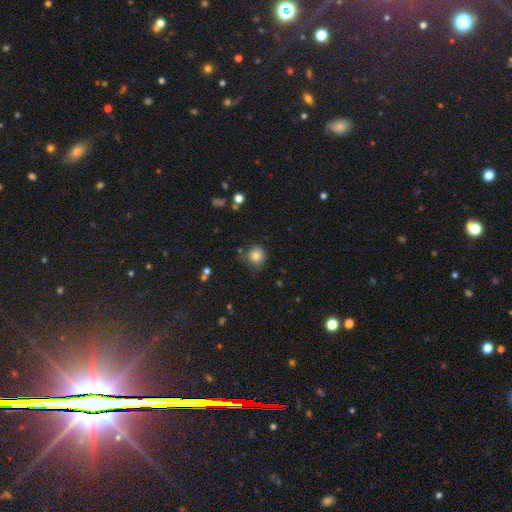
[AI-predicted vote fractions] A smooth galaxy with no disk features (82%) that is round (83%).

Vote fractions:
- Smooth or featured? smooth: 82% / star or artifact: 11% / featured or disk: 7%
- How rounded? round: 83% / in between: 16% / cigar-shaped: 1%
- Merging? none: 73% / minor disturbance: 19% / major disturbance: 5% / merger: 3%